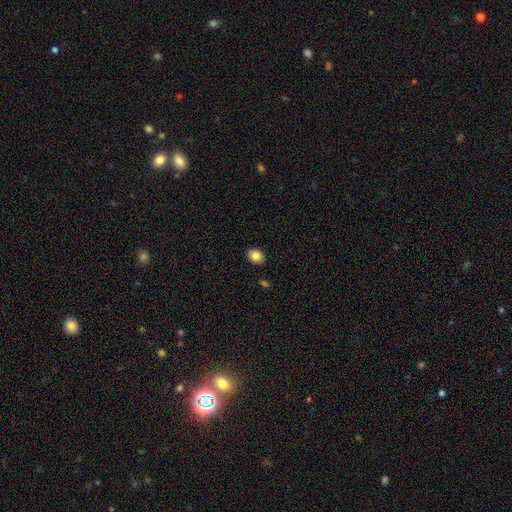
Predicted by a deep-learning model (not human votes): The model was most divided on "how rounded": in between: 50%, round: 49%, cigar-shaped: 1%. More confident: merging — none (89%); smooth or featured — smooth (85%).